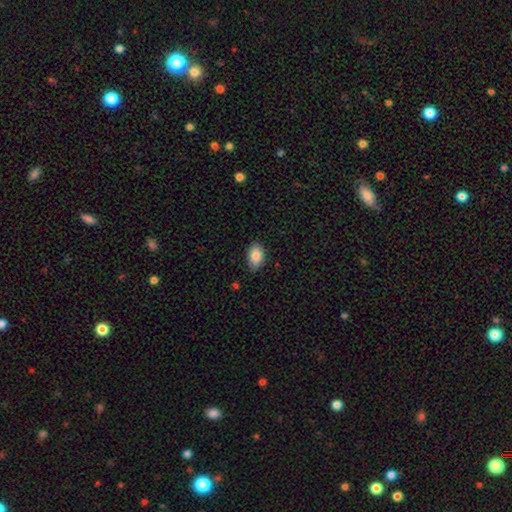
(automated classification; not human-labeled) Smooth or featured? smooth (86%)
How rounded? in between (90%)
Merging? none (84%)